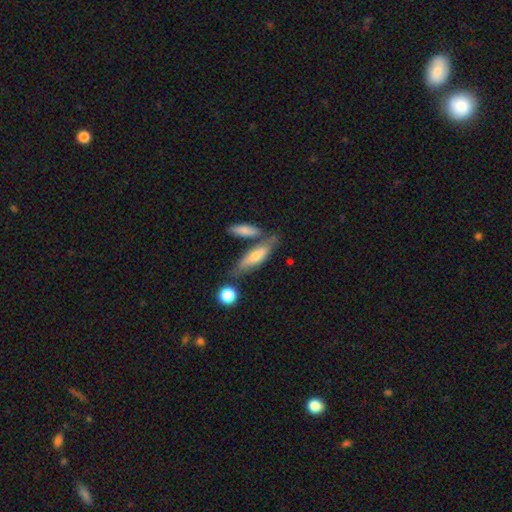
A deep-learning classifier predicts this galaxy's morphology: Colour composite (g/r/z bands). It shows a smooth galaxy with no disk features (57%) that is cigar-shaped (57%). Merging: none (60%).